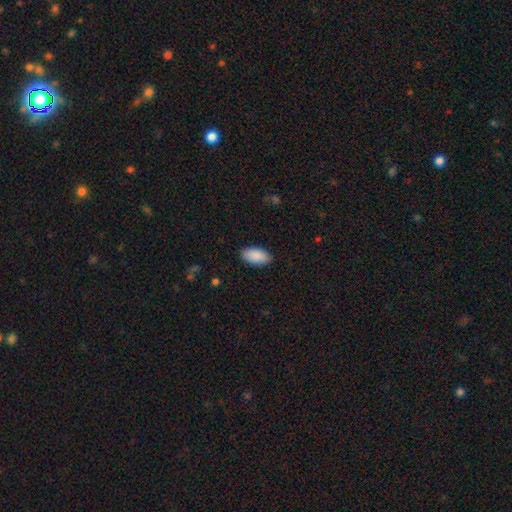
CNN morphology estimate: Smooth or featured? smooth (90%)
How rounded? in between (95%)
Merging? none (88%)